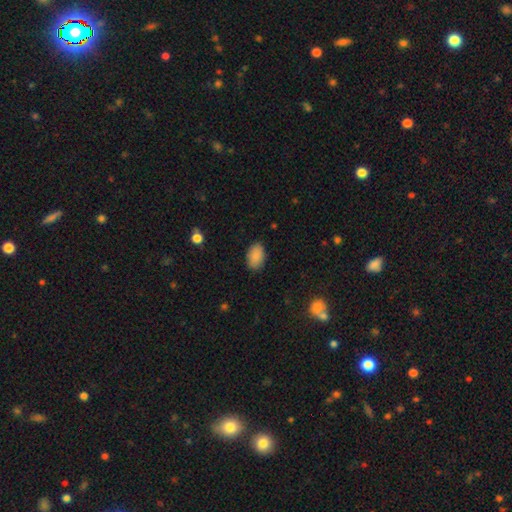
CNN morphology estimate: Smooth or featured? Predicted: smooth (p=0.88). How rounded? Predicted: in between (p=0.89). Merging? Predicted: none (p=0.86).